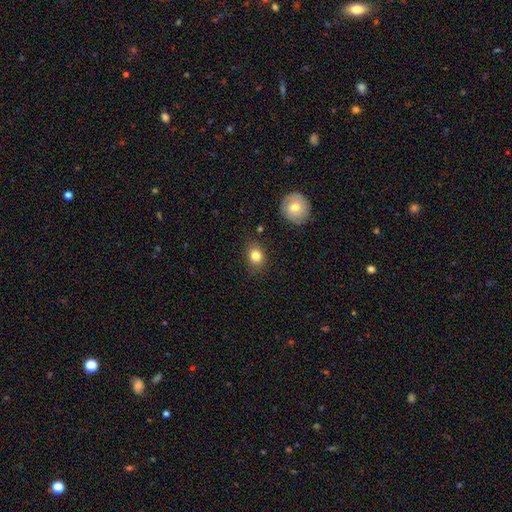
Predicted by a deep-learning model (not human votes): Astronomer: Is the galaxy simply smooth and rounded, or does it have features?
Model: smooth — 82%.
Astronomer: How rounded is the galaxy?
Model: round — 56% (runner-up: in between, 43%).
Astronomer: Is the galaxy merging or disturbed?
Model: none — 80%.